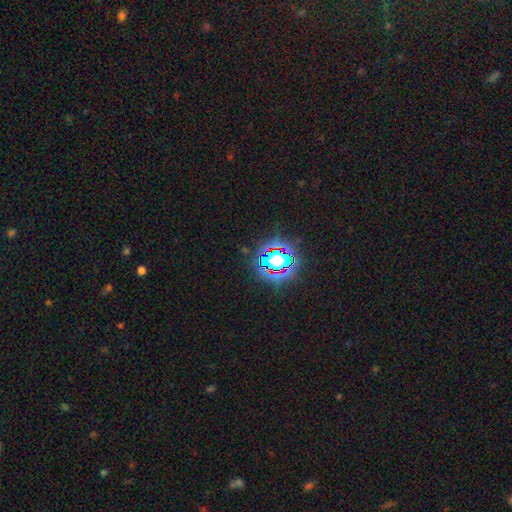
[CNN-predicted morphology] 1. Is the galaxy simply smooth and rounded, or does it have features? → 81% star or artifact, 12% smooth, 7% featured or disk.